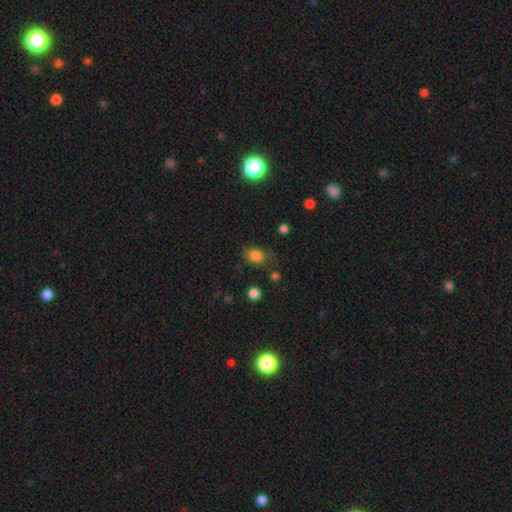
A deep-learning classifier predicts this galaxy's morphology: Smooth or featured? Predicted: smooth (p=0.81). How rounded? Predicted: in between (p=0.62). Merging? Predicted: none (p=0.61).